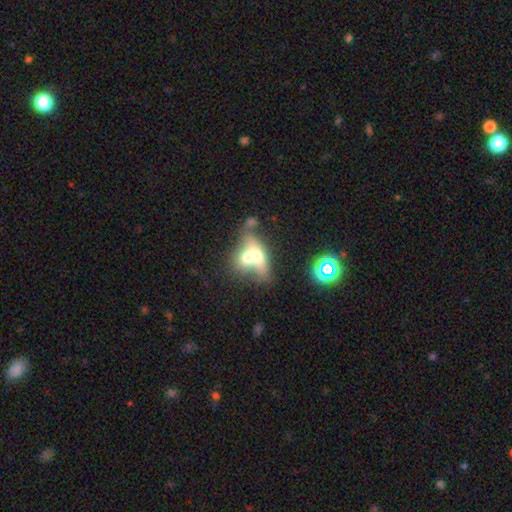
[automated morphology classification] Smooth or featured: smooth — 56% (featured or disk — 34%)
How rounded: in between — 61% (round — 26%)
Merging: merger — 68% (none — 19%)